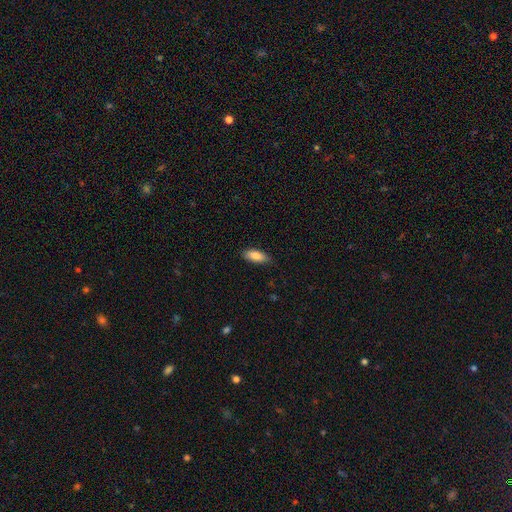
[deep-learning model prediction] smooth_or_featured: smooth (p=0.86) [alt: featured or disk p=0.08]
how_rounded: in between (p=0.79) [alt: cigar-shaped p=0.20]
merging: none (p=0.84) [alt: minor disturbance p=0.13]